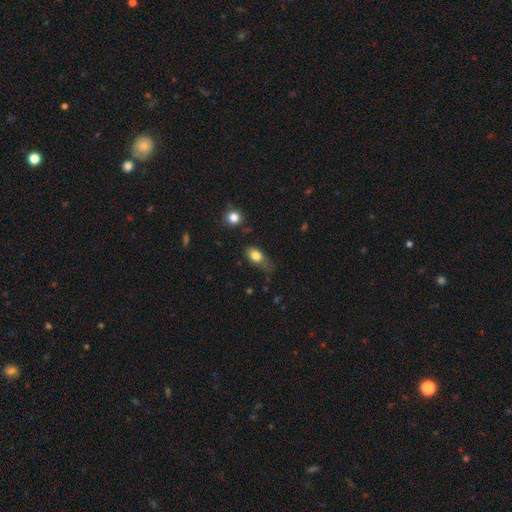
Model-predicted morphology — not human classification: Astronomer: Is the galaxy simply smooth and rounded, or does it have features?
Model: smooth — 80%.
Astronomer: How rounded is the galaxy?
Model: in between — 80%.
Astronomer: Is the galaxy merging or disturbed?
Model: none — 42% (runner-up: minor disturbance, 37%).